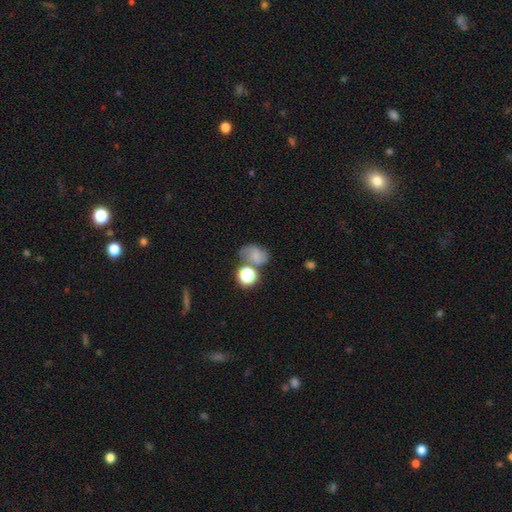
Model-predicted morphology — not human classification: This appears to be a smooth galaxy with no disk features (62%) that is in between round and cigar-shaped (65%). Merging: none (48%).